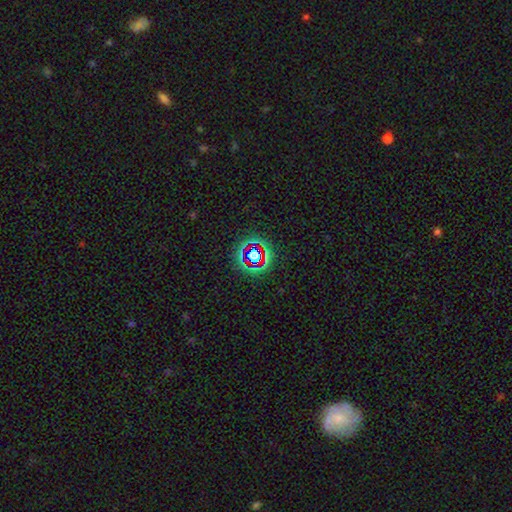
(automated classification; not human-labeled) Smooth or featured? Predicted: star or artifact (p=0.69).